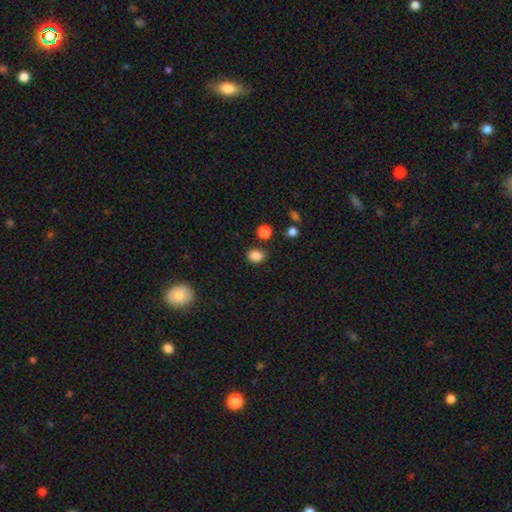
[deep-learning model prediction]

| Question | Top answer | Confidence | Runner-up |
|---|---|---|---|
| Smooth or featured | smooth | 85% | star or artifact (12%) |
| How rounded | round | 60% | in between (39%) |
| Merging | none | 80% | minor disturbance (11%) |